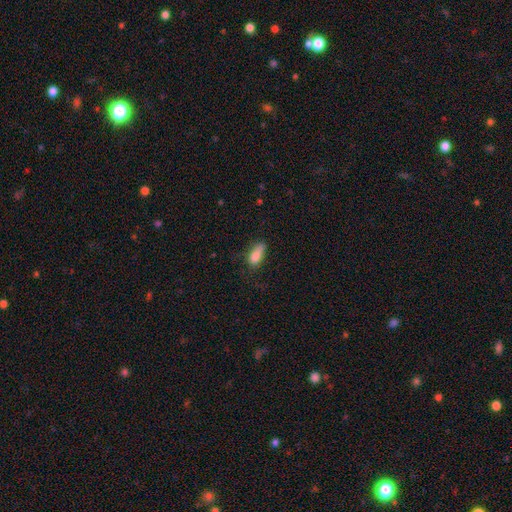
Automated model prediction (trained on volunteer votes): A smooth galaxy with no disk features (83%) that is in between round and cigar-shaped (79%).

Vote fractions:
- Smooth or featured? smooth: 83% / featured or disk: 9% / star or artifact: 8%
- How rounded? in between: 79% / cigar-shaped: 17% / round: 3%
- Merging? none: 47% / minor disturbance: 33% / major disturbance: 16% / merger: 4%